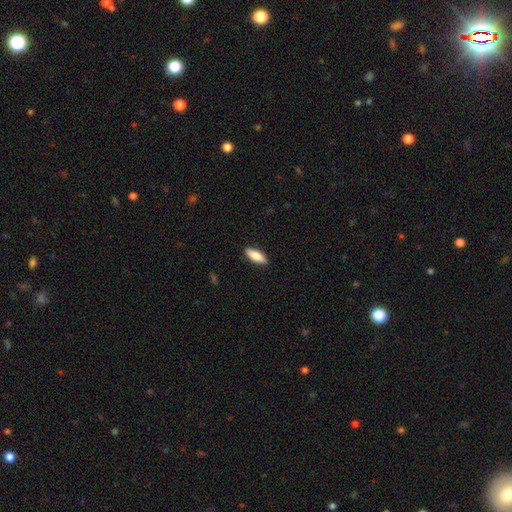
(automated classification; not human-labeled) Smooth or featured: smooth — 83% (featured or disk — 12%)
How rounded: in between — 72% (cigar-shaped — 26%)
Merging: none — 89% (minor disturbance — 9%)